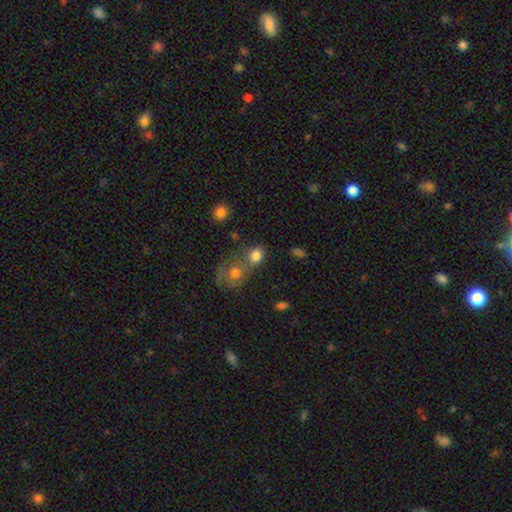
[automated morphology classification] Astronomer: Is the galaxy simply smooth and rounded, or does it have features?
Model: smooth — 78%.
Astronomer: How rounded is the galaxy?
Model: round — 61% (runner-up: in between, 38%).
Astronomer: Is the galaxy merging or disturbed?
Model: merger — 43% (runner-up: none, 41%).